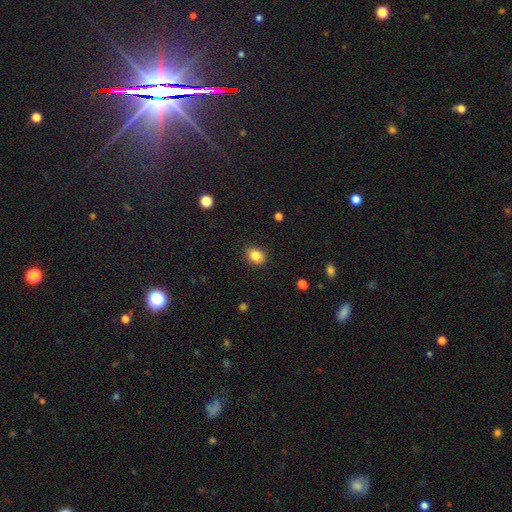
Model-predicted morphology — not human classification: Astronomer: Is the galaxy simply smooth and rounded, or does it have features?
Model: smooth — 84%.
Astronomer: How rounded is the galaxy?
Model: in between — 53% (runner-up: round, 46%).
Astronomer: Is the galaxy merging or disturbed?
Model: none — 86%.